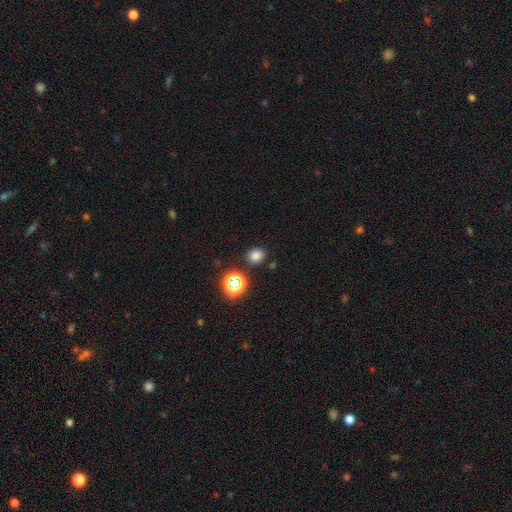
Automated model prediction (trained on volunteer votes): smooth-or-featured: smooth: 76% | star or artifact: 19% | featured or disk: 5%
  how-rounded: round: 67% | in between: 32% | cigar-shaped: 1%
  merging: none: 84% | minor disturbance: 9% | merger: 4% | major disturbance: 3%